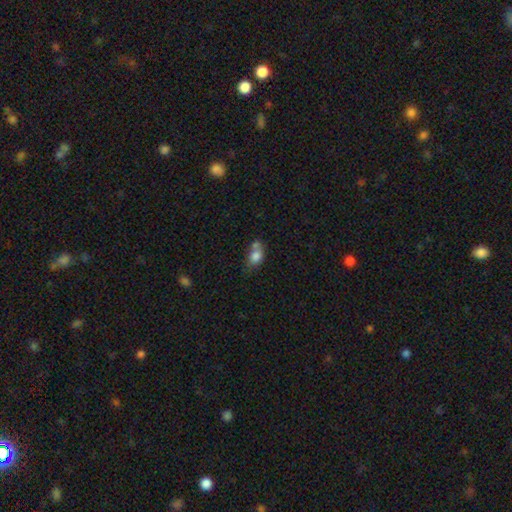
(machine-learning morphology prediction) smooth 77%, featured or disk 13%, star or artifact 10%. Down the decision tree: how rounded — in between (64%); merging — merger (46%).